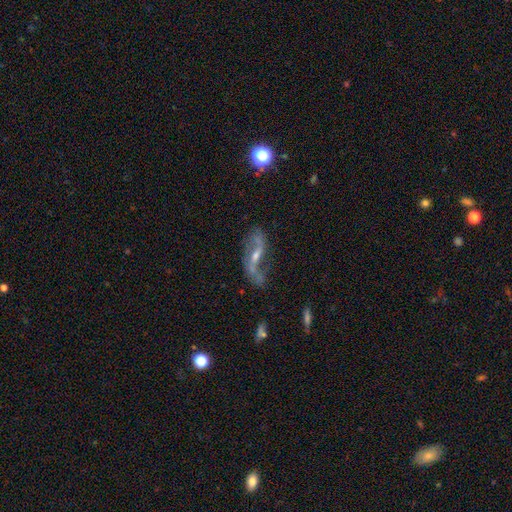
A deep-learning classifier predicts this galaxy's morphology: A featured or disk galaxy (78%) with a weak bar (39%), 2 (84%) loose (72%) spiral arms (86%) and a small central bulge (52%). Merging: none (56%).